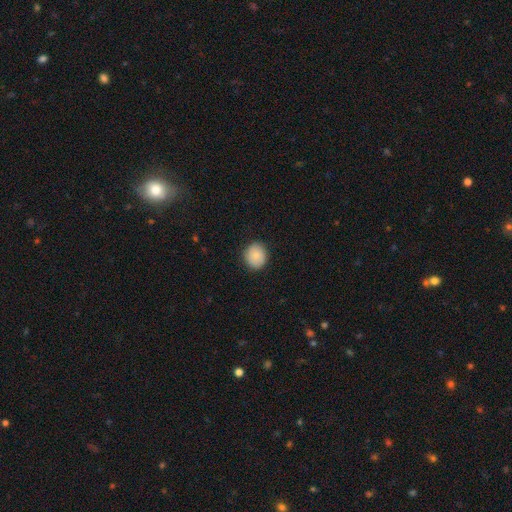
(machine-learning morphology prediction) This is clearly a smooth galaxy (87%). How rounded: clearly round (81%). Merging: clearly none (88%).